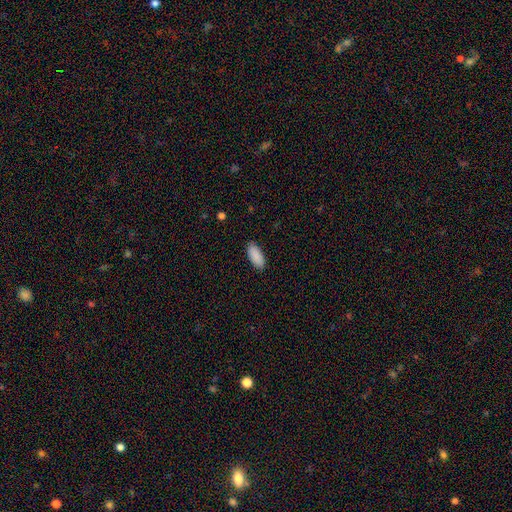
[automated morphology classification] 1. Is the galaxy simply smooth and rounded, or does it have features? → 91% smooth, 6% star or artifact, 3% featured or disk.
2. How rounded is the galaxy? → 88% in between, 11% cigar-shaped, 2% round.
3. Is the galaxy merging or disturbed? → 88% none, 9% minor disturbance, 2% major disturbance, 1% merger.